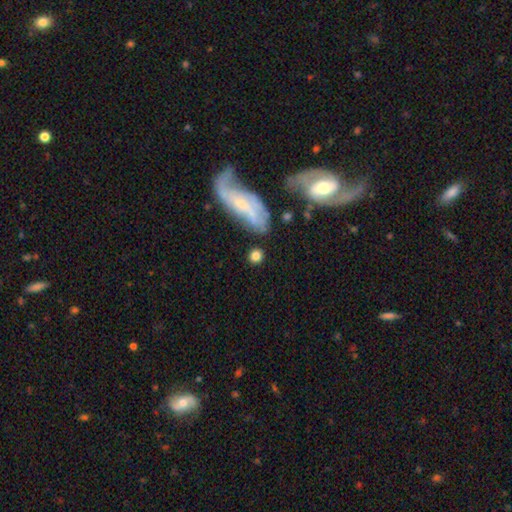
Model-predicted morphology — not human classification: Smooth or featured? Predicted: smooth (p=0.80). How rounded? Predicted: round (p=0.74). Merging? Predicted: none (p=0.77).